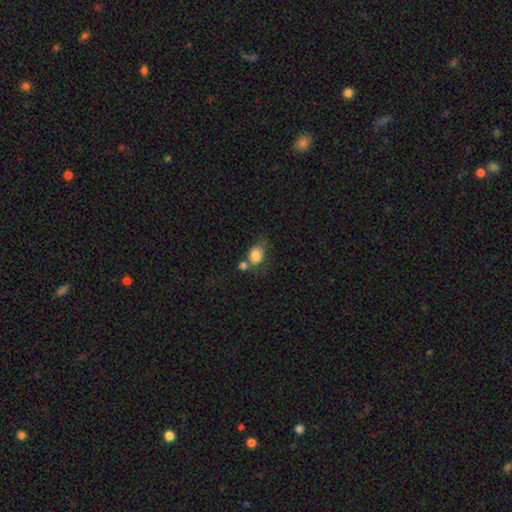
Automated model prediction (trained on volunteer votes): A smooth galaxy with no disk features (81%) that is round (50%).

Vote fractions:
- Smooth or featured? smooth: 81% / featured or disk: 10% / star or artifact: 9%
- How rounded? round: 50% / in between: 49% / cigar-shaped: 1%
- Merging? none: 38% / merger: 32% / minor disturbance: 20% / major disturbance: 10%